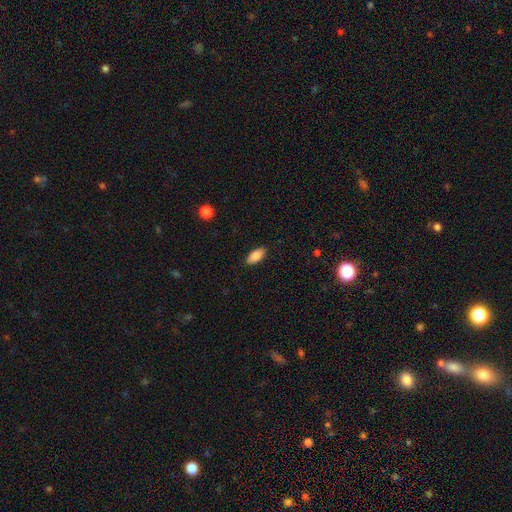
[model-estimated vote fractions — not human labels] A smooth galaxy with no disk features (84%) that is in between round and cigar-shaped (88%).

Vote fractions:
- Smooth or featured? smooth: 84% / featured or disk: 9% / star or artifact: 7%
- How rounded? in between: 88% / cigar-shaped: 9% / round: 2%
- Merging? none: 88% / minor disturbance: 9% / major disturbance: 2% / merger: 1%